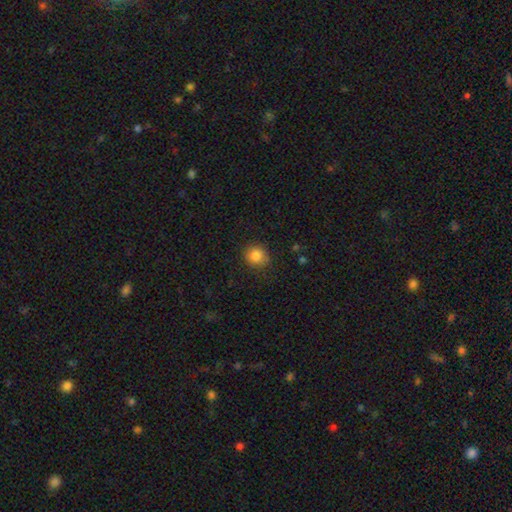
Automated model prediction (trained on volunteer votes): Smooth or featured? Predicted: smooth (p=0.85). How rounded? Predicted: round (p=0.83). Merging? Predicted: none (p=0.83).